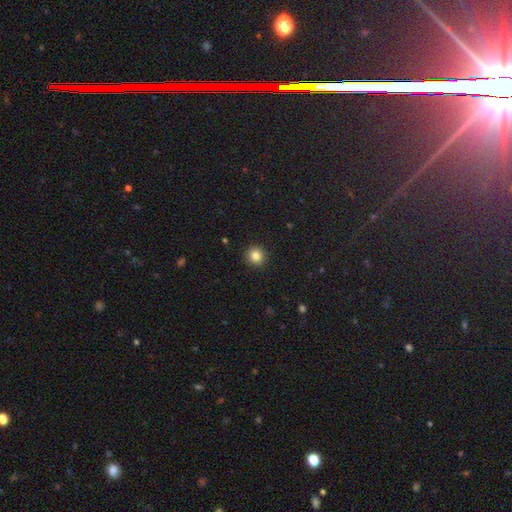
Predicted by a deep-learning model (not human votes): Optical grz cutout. It shows a smooth galaxy with no disk features (84%) that is round (93%). Merging: none (93%).